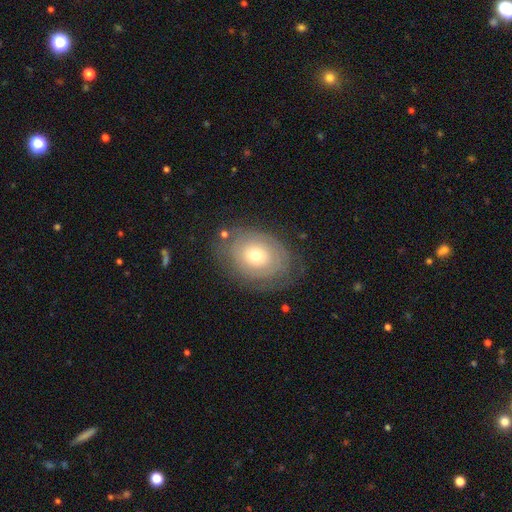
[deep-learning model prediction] Smooth or featured: featured or disk — 51% (smooth — 41%)
Edge-on disk: no — 95% (yes — 5%)
Merging: none — 74% (minor disturbance — 16%)